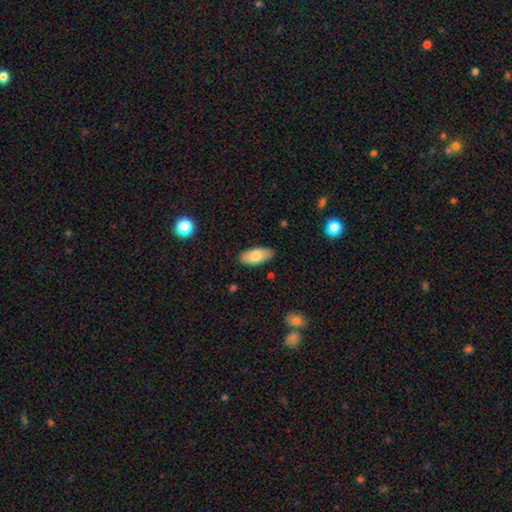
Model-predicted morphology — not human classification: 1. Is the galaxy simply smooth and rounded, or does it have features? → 79% smooth, 15% featured or disk, 6% star or artifact.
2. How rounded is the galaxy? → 89% in between, 9% cigar-shaped, 2% round.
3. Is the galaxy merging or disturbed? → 87% none, 10% minor disturbance, 2% major disturbance, 1% merger.